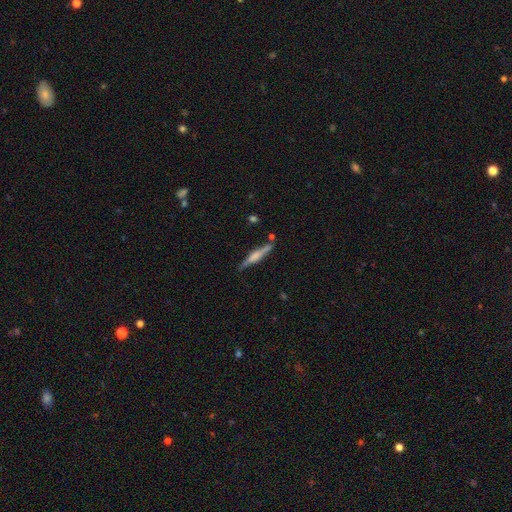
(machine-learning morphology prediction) Smooth or featured? Predicted: featured or disk (p=0.60). Edge-on disk? Predicted: yes (p=0.96). Edge-on bulge? Predicted: rounded (p=0.53). Merging? Predicted: none (p=0.76).